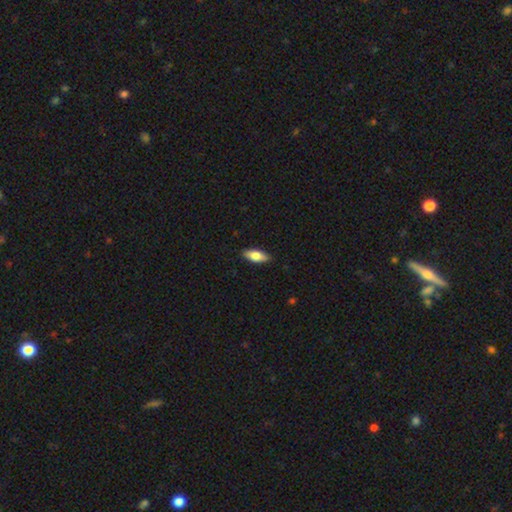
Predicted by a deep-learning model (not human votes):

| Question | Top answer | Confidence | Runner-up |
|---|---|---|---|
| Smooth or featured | smooth | 76% | featured or disk (18%) |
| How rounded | in between | 79% | cigar-shaped (19%) |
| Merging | none | 88% | minor disturbance (10%) |